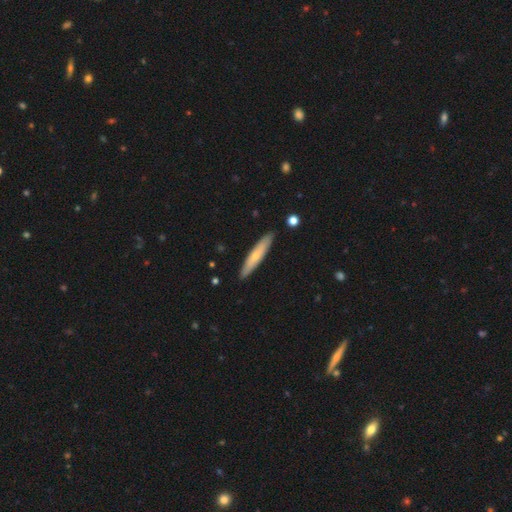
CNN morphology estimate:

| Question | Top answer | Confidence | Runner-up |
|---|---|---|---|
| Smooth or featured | smooth | 58% | featured or disk (36%) |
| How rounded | cigar-shaped | 90% | in between (9%) |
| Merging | none | 89% | minor disturbance (8%) |